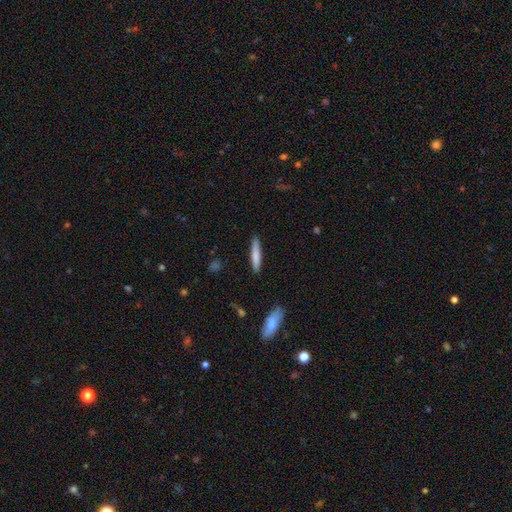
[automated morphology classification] smooth-or-featured: smooth: 77% | featured or disk: 18% | star or artifact: 6%
  how-rounded: cigar-shaped: 92% | in between: 7% | round: 1%
  merging: none: 90% | minor disturbance: 7% | major disturbance: 2% | merger: 1%